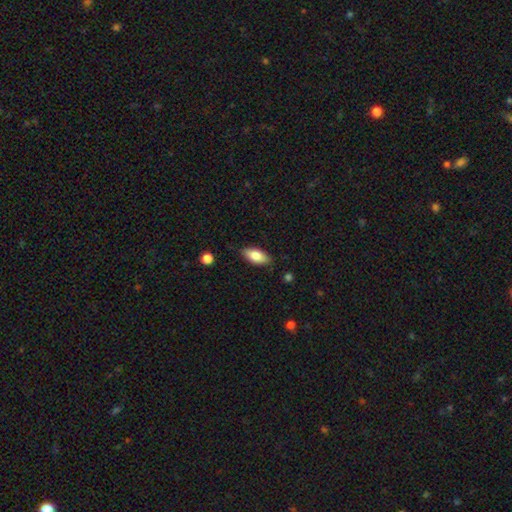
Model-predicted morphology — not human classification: smooth_or_featured: smooth (p=0.81) [alt: featured or disk p=0.13]
how_rounded: in between (p=0.89) [alt: cigar-shaped p=0.08]
merging: none (p=0.84) [alt: minor disturbance p=0.13]